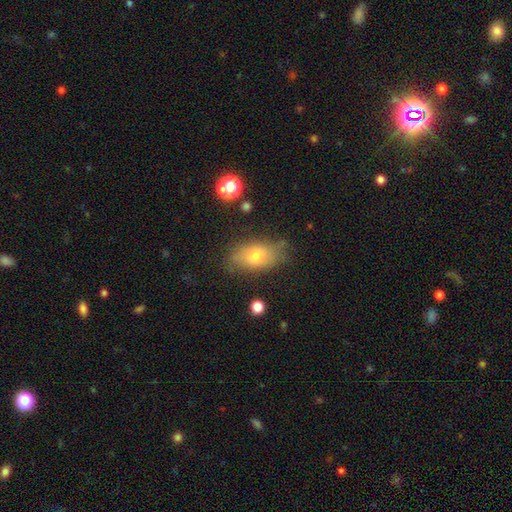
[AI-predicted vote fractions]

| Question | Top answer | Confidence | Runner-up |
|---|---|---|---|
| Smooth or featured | smooth | 67% | featured or disk (23%) |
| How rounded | in between | 87% | round (8%) |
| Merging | none | 70% | minor disturbance (21%) |